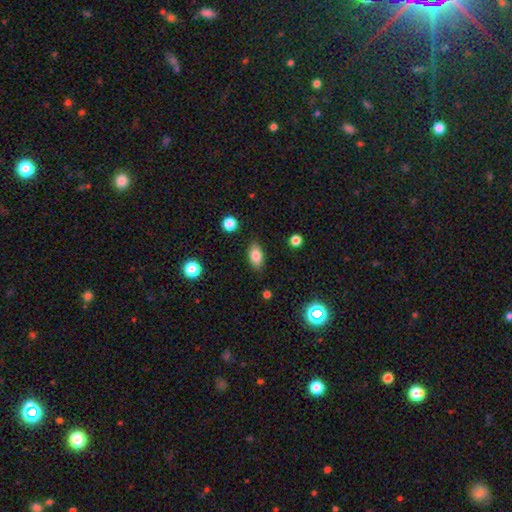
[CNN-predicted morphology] This is clearly a smooth galaxy (80%). How rounded: clearly in between (87%). Merging: clearly none (86%).